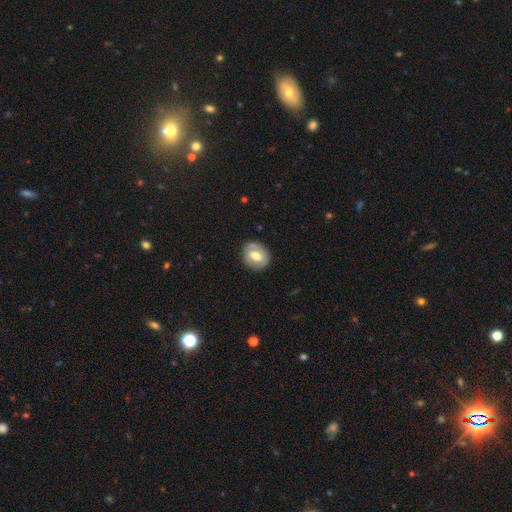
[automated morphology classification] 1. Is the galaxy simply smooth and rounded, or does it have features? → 58% smooth, 35% featured or disk, 7% star or artifact.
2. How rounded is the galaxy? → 59% round, 40% in between, 1% cigar-shaped.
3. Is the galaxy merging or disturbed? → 80% none, 14% minor disturbance, 4% major disturbance, 2% merger.